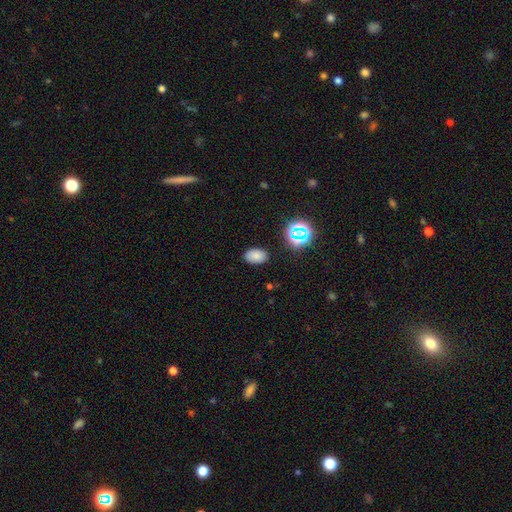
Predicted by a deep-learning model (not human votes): This is likely a smooth galaxy (78%). How rounded: clearly in between (87%). Merging: clearly none (87%).